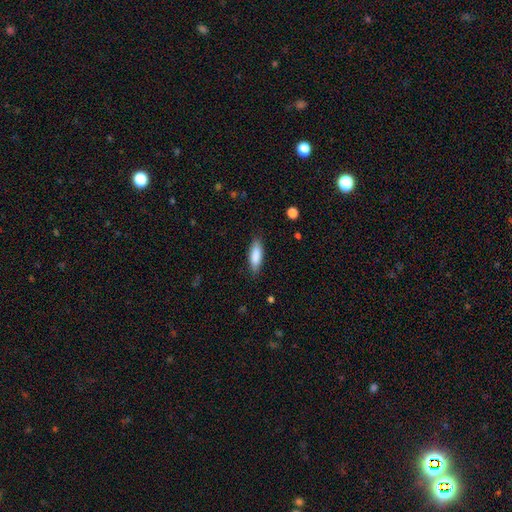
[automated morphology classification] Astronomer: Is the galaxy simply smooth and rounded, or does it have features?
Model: smooth — 85%.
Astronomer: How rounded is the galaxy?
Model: in between — 61% (runner-up: cigar-shaped, 37%).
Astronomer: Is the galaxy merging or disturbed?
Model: none — 83%.